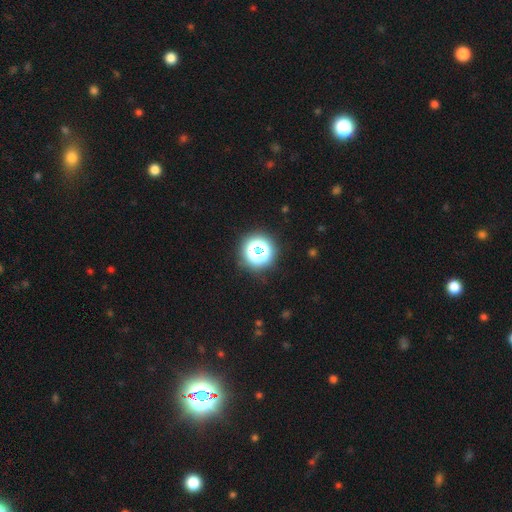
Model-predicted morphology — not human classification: star or artifact 59%, smooth 29%, featured or disk 11%.